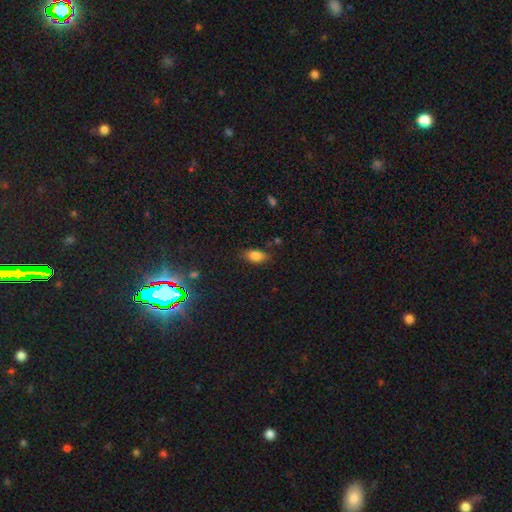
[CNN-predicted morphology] This is clearly a smooth galaxy (82%). How rounded: clearly in between (87%). Merging: likely none (79%).